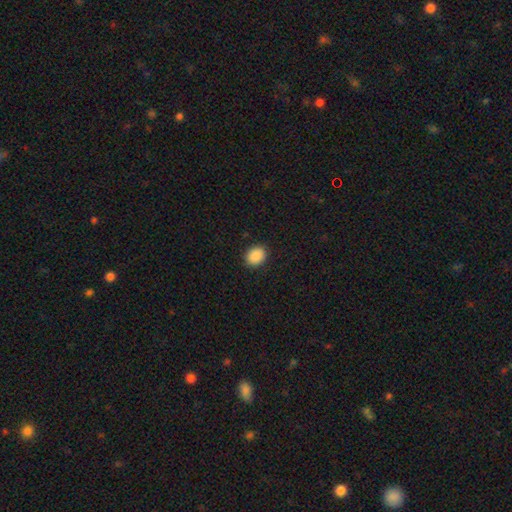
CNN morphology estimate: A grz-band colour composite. It shows a smooth galaxy with no disk features (90%) that is in between round and cigar-shaped (51%). Merging: none (90%).